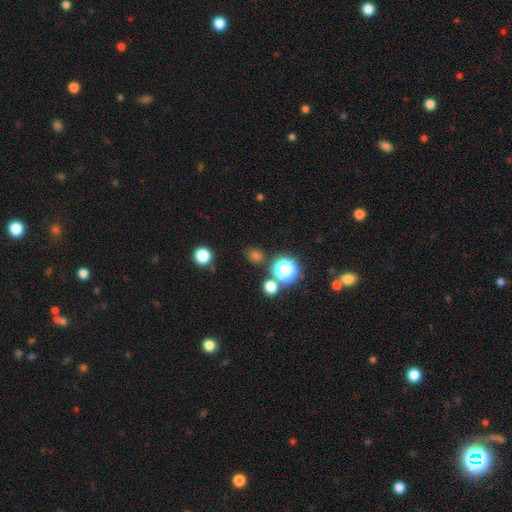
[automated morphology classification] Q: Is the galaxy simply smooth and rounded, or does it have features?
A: smooth — 63%.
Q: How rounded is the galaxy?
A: round — 78%.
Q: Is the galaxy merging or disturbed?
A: none — 81%.